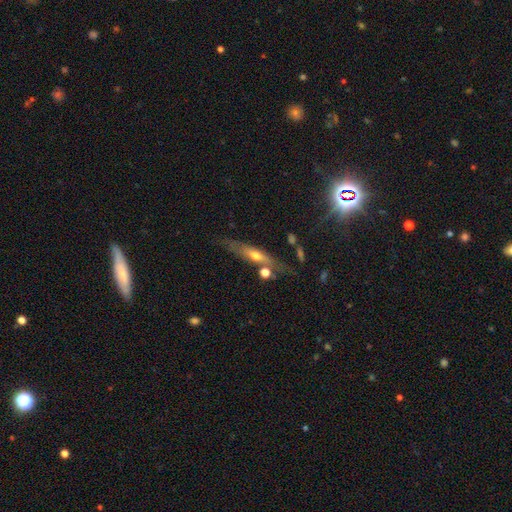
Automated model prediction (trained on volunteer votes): smooth-or-featured: featured or disk: 54% | smooth: 38% | star or artifact: 8%
  disk-edge-on: yes: 76% | no: 24%
  merging: none: 65% | minor disturbance: 17% | merger: 11% | major disturbance: 6%